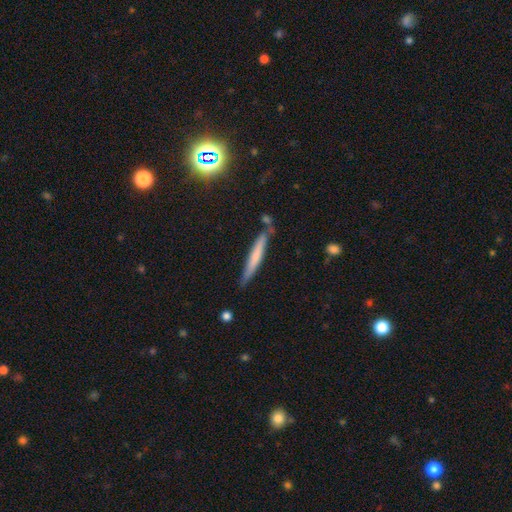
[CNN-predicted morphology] type=featured or disk (50%); merging=none (84%).